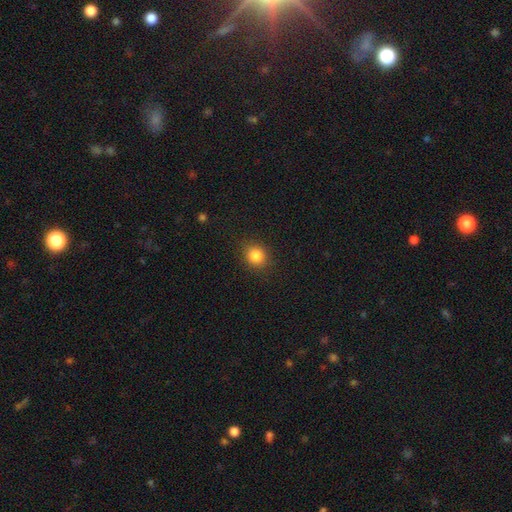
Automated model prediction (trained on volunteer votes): A smooth galaxy with no disk features (84%) that is round (81%).

Vote fractions:
- Smooth or featured? smooth: 84% / star or artifact: 11% / featured or disk: 5%
- How rounded? round: 81% / in between: 19% / cigar-shaped: 1%
- Merging? none: 89% / minor disturbance: 7% / major disturbance: 3% / merger: 1%